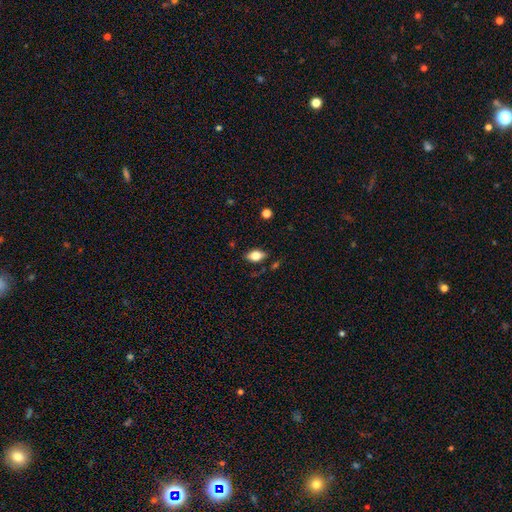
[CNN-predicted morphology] smooth_or_featured: smooth (p=0.74) [alt: featured or disk p=0.17]
how_rounded: in between (p=0.87) [alt: round p=0.09]
merging: none (p=0.81) [alt: minor disturbance p=0.14]